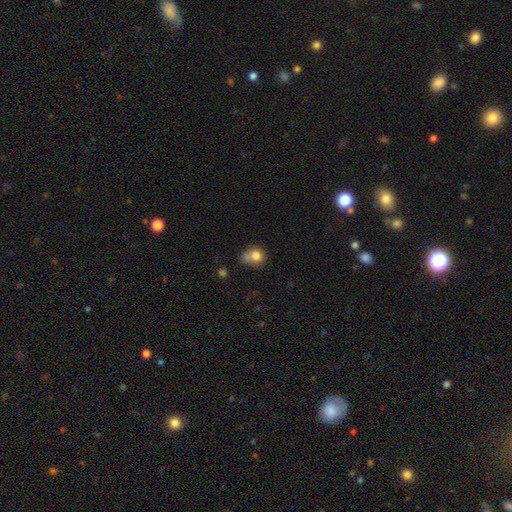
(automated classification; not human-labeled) This appears to be a smooth galaxy with no disk features (77%) that is round (67%). Merging: none (39%).